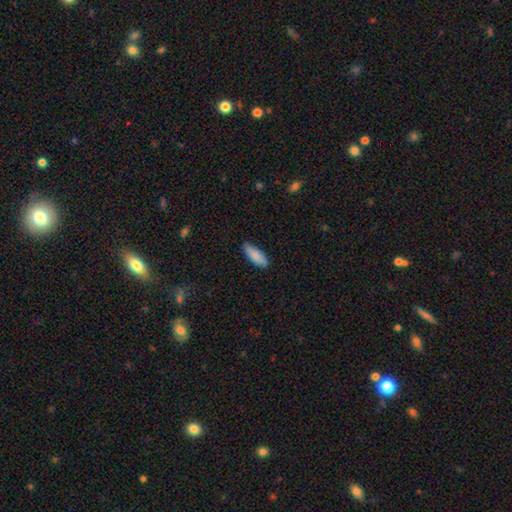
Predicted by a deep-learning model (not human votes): Smooth or featured?
  - smooth: 86% *
  - featured or disk: 8%
  - star or artifact: 6%
How rounded?
  - in between: 65% *
  - cigar-shaped: 33%
  - round: 2%
Merging?
  - none: 85% *
  - minor disturbance: 12%
  - major disturbance: 2%
  - merger: 1%